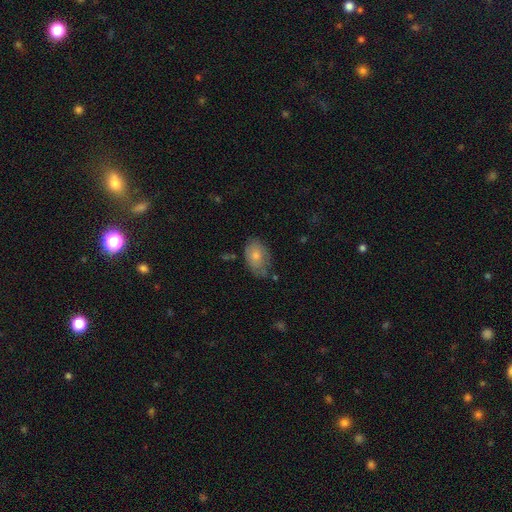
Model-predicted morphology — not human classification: Overall: smooth (72%). How rounded: in between (87%). Merging: none (50%; minor disturbance 35%).